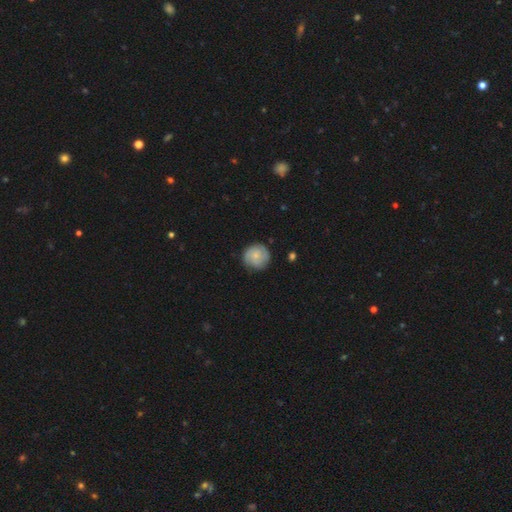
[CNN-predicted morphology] smooth-or-featured: smooth: 54% | featured or disk: 39% | star or artifact: 7%
  how-rounded: round: 91% | in between: 8% | cigar-shaped: 1%
  merging: none: 77% | minor disturbance: 18% | major disturbance: 4% | merger: 1%